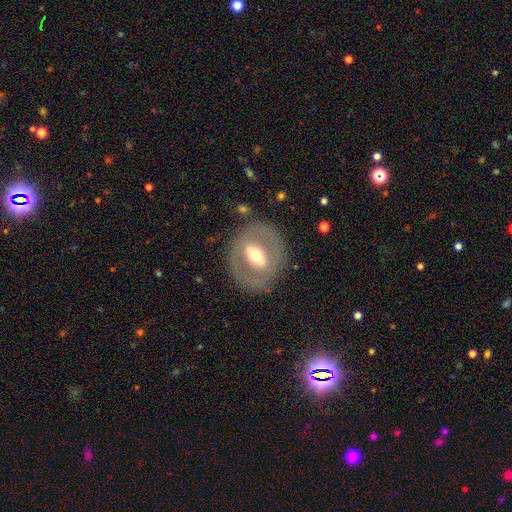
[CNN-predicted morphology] A featured or disk galaxy (64%) with a strong bar (46%), no spiral arms (80%) and a moderate central bulge (67%). Merging: none (80%).